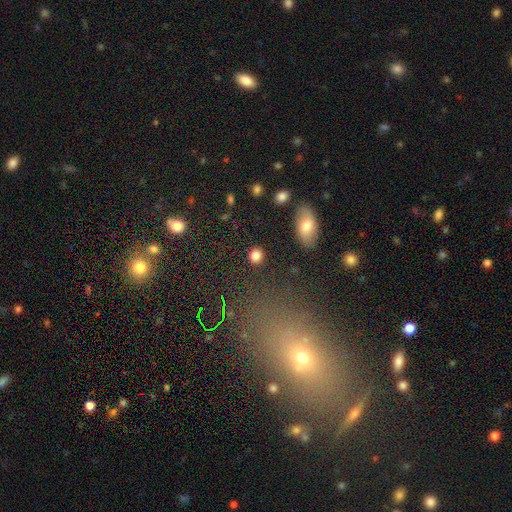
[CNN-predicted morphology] Smooth or featured? Predicted: smooth (p=0.85). How rounded? Predicted: round (p=0.82). Merging? Predicted: none (p=0.89).